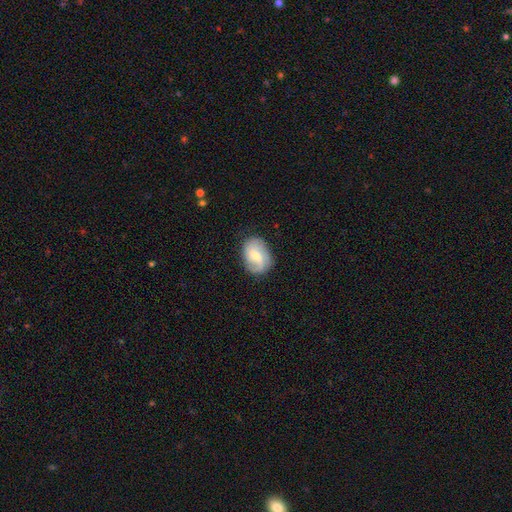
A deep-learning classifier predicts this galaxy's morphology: A featured or disk galaxy (63%) with a weak bar (49%), 2 (65%) medium (43%) spiral arms (91%) and a moderate central bulge (49%).

Vote fractions:
- Smooth or featured? featured or disk: 63% / smooth: 31% / star or artifact: 7%
- Edge-on disk? no: 97% / yes: 3%
- Bar? weak: 49% / no: 40% / strong: 11%
- Spiral arms? yes: 91% / no: 9%
- Spiral winding? medium: 43% / loose: 33% / tight: 24%
- Spiral arm count? 2: 65% / can't tell: 14% / 1: 11% / 3: 7% / 4: 2% / more than 4: 2%
- Bulge size? moderate: 49% / small: 42% / large: 4% / none: 4% / dominant: 1%
- Merging? none: 74% / minor disturbance: 18% / major disturbance: 6% / merger: 1%